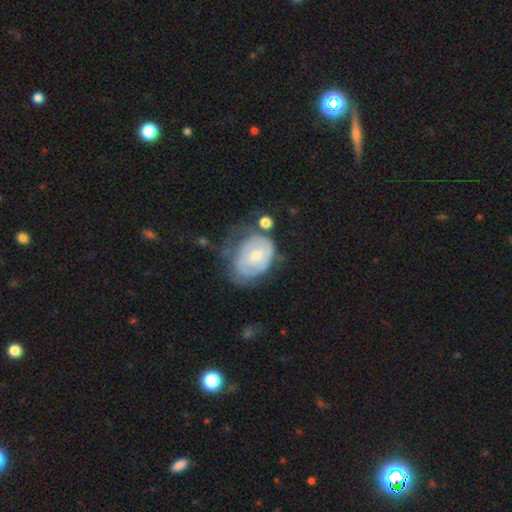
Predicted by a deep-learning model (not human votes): Smooth or featured: featured or disk — 55% (smooth — 38%)
Edge-on disk: no — 96% (yes — 4%)
Bar: no — 61% (weak — 32%)
Spiral arms: yes — 56% (no — 44%)
Bulge size: small — 50% (moderate — 44%)
Merging: none — 36% (minor disturbance — 32%)